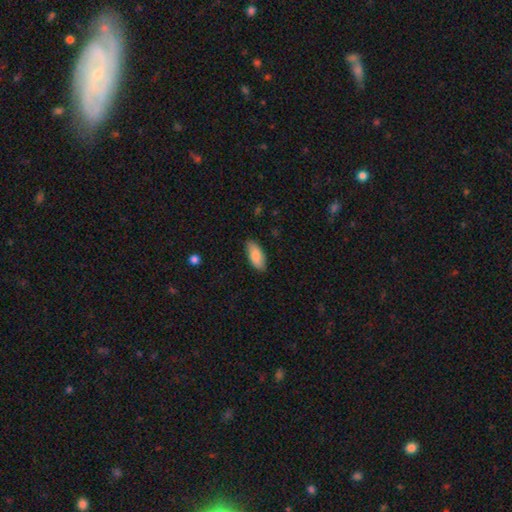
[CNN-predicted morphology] Smooth or featured? Predicted: smooth (p=0.84). How rounded? Predicted: in between (p=0.87). Merging? Predicted: none (p=0.85).